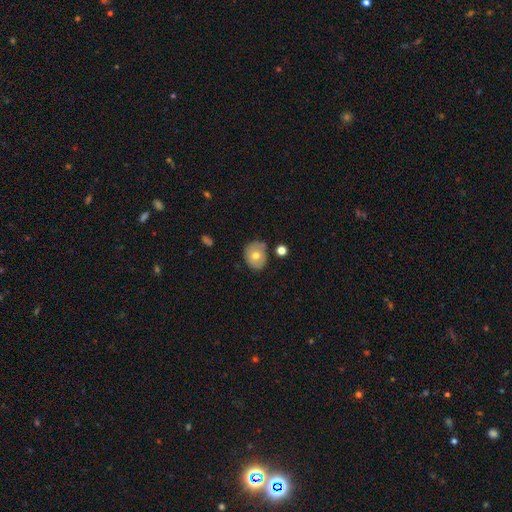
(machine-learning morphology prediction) A smooth galaxy with no disk features (66%) that is round (67%). Merging: none (71%).